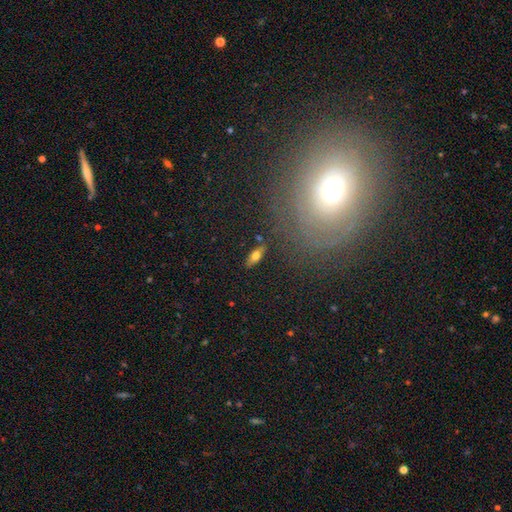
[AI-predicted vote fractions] This appears to be a smooth galaxy with no disk features (59%) that is in between round and cigar-shaped (68%). Merging: none (86%).